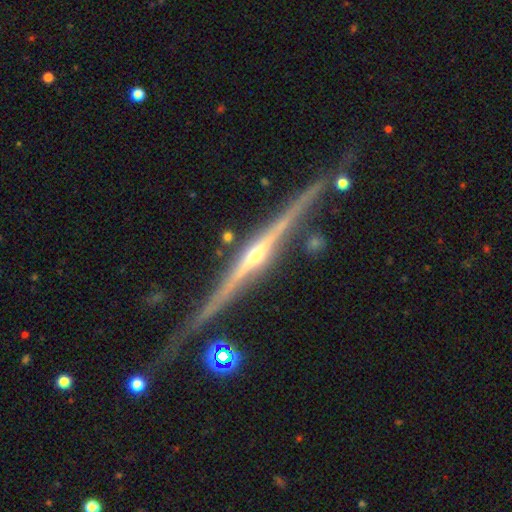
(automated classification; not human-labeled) The model was most divided on "merging": none: 79%, minor disturbance: 14%, merger: 3%, major disturbance: 3%. More confident: edge-on disk — yes (98%); smooth or featured — featured or disk (89%); edge-on bulge — rounded (81%).